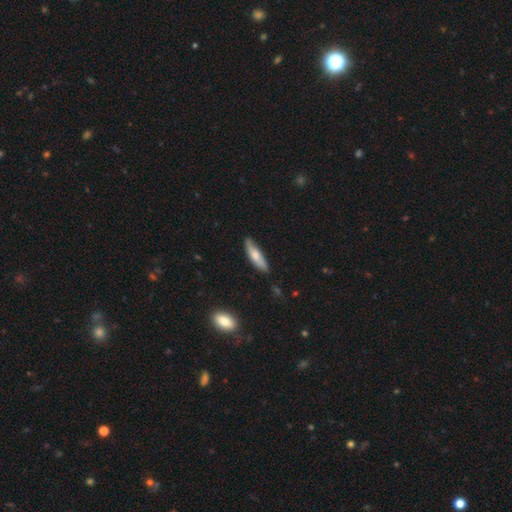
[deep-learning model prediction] Morphology: type=smooth (68%); roundness=cigar-shaped (68%); merging=none (80%).